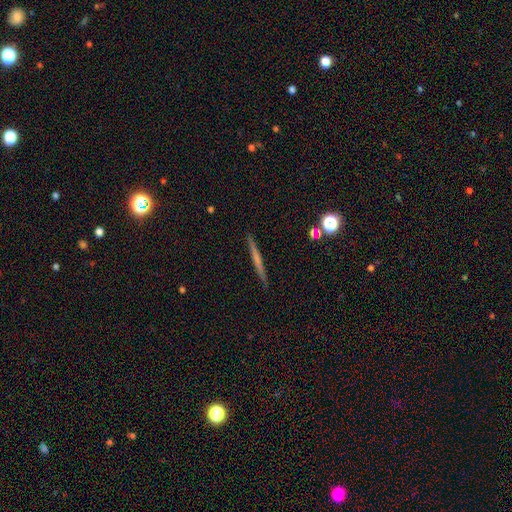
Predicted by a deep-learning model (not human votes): A featured or disk galaxy (50%) viewed edge-on (97%).

Vote fractions:
- Smooth or featured? featured or disk: 50% / smooth: 41% / star or artifact: 9%
- Edge-on disk? yes: 97% / no: 3%
- Merging? none: 92% / minor disturbance: 6% / merger: 1% / major disturbance: 1%